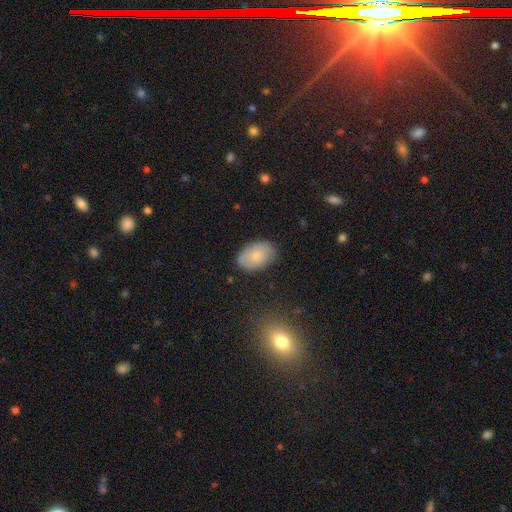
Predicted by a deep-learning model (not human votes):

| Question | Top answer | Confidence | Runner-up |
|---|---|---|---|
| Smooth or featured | smooth | 75% | featured or disk (18%) |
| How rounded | in between | 87% | round (12%) |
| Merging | none | 78% | minor disturbance (17%) |